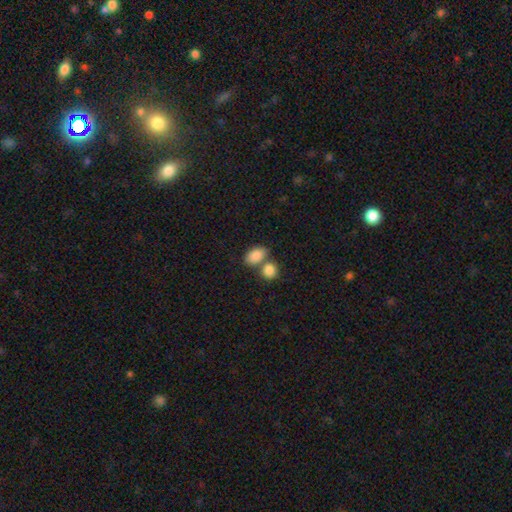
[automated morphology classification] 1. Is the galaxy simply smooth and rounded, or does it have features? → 86% smooth, 8% star or artifact, 7% featured or disk.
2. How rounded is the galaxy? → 83% in between, 15% round, 2% cigar-shaped.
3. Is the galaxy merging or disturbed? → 43% merger (tied), 43% none (tied), 10% minor disturbance, 4% major disturbance.